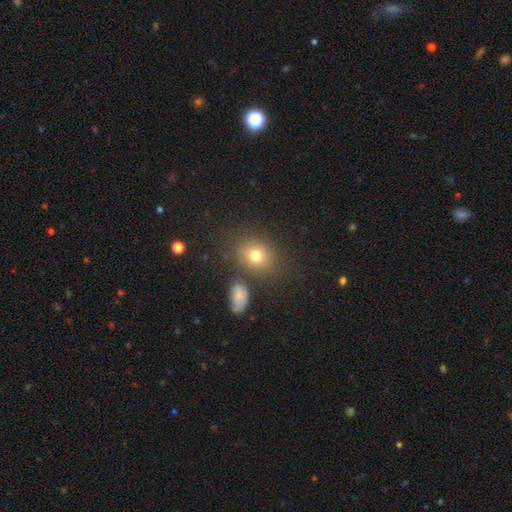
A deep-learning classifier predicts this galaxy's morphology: Smooth or featured: smooth — 74% (star or artifact — 14%)
How rounded: round — 57% (in between — 42%)
Merging: none — 75% (minor disturbance — 12%)